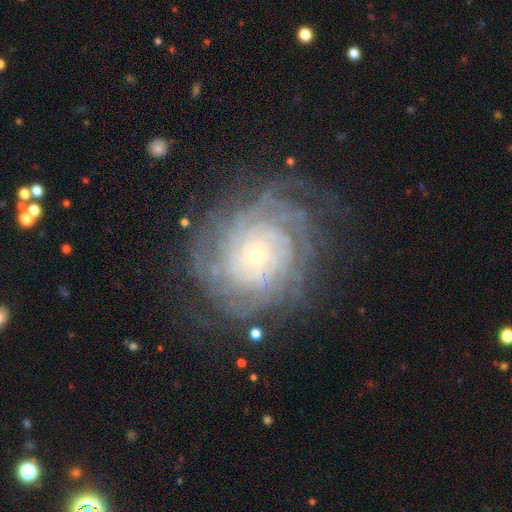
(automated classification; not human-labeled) The model was most divided on "spiral arm count": can't tell: 35%, more than 4: 27%, 4: 16%, 3: 9%, 2: 8%, 1: 6%. More confident: edge-on disk — no (97%); spiral arms — yes (95%); smooth or featured — featured or disk (84%); bar — no (82%); bulge size — small (82%); spiral winding — tight (79%); merging — none (71%).